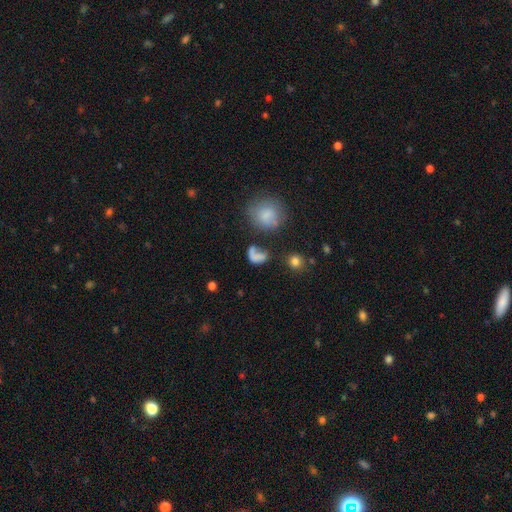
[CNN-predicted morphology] smooth 61%, featured or disk 22%, star or artifact 17%. Down the decision tree: how rounded — in between (60%); merging — none (31%).